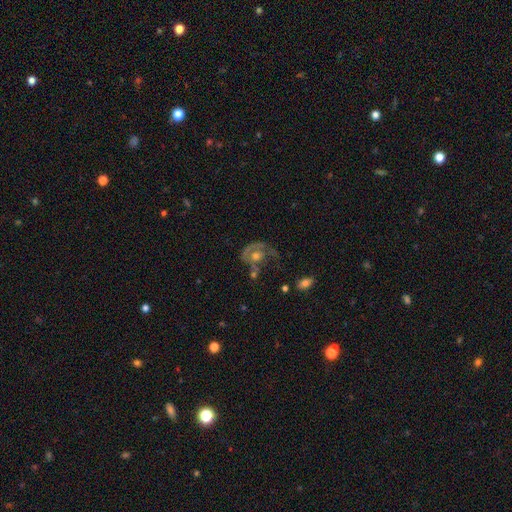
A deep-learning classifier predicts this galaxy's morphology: A featured or disk galaxy (71%) with no bar (79%), spiral arms (71%) and a moderate central bulge (64%).

Vote fractions:
- Smooth or featured? featured or disk: 71% / smooth: 20% / star or artifact: 10%
- Edge-on disk? no: 97% / yes: 3%
- Bar? no: 79% / weak: 17% / strong: 4%
- Spiral arms? yes: 71% / no: 29%
- Bulge size? moderate: 64% / small: 20% / large: 10% / none: 4% / dominant: 2%
- Merging? none: 35% / major disturbance: 32% / minor disturbance: 18% / merger: 14%